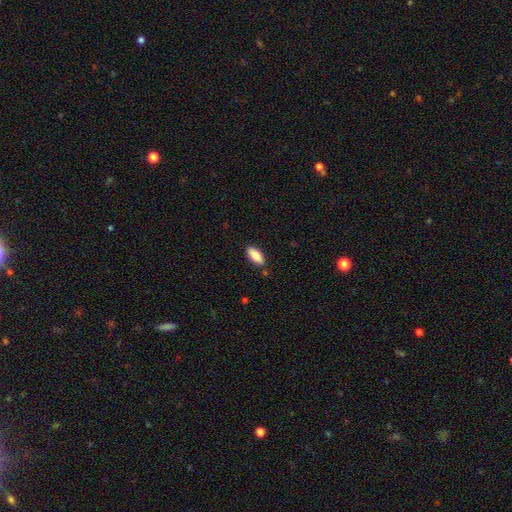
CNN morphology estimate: A smooth galaxy with no disk features (84%) that is in between round and cigar-shaped (86%).

Vote fractions:
- Smooth or featured? smooth: 84% / featured or disk: 9% / star or artifact: 6%
- How rounded? in between: 86% / cigar-shaped: 12% / round: 2%
- Merging? none: 84% / minor disturbance: 11% / merger: 3% / major disturbance: 2%